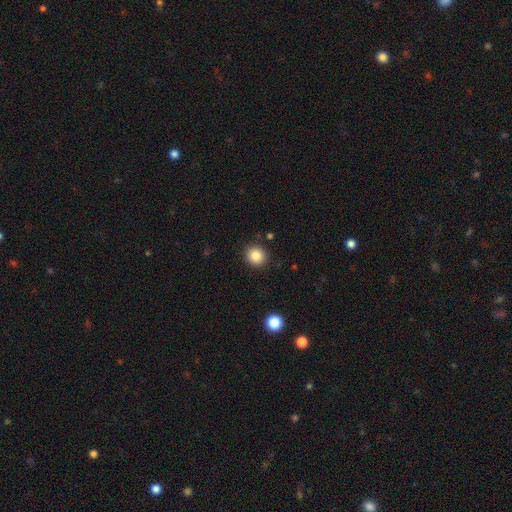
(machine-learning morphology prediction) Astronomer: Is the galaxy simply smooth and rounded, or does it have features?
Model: smooth — 85%.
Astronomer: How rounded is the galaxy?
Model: round — 89%.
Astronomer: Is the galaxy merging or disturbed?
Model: none — 90%.